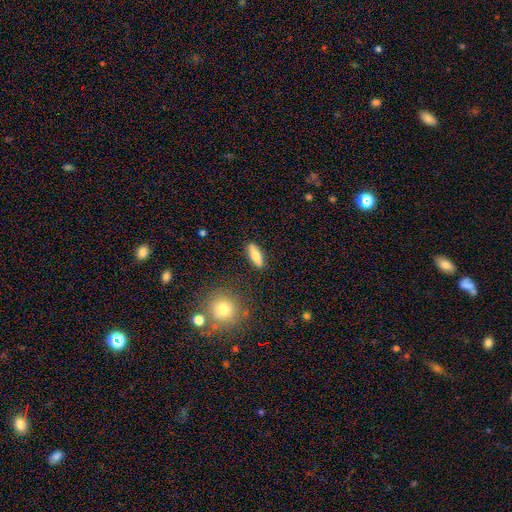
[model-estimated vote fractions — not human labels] Smooth or featured: smooth — 68% (featured or disk — 25%)
How rounded: in between — 57% (cigar-shaped — 39%)
Merging: none — 87% (minor disturbance — 8%)